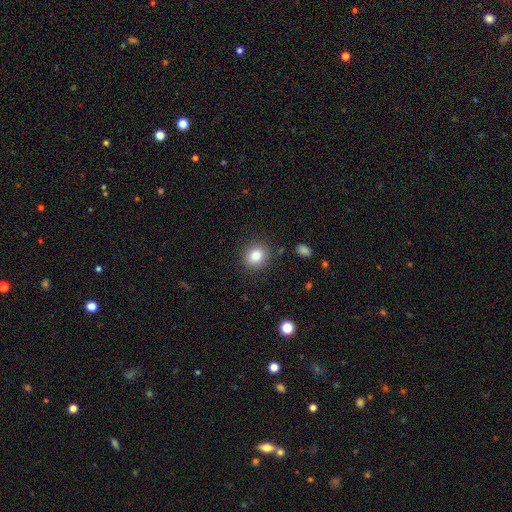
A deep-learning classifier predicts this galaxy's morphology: smooth_or_featured: smooth (p=0.85) [alt: star or artifact p=0.10]
how_rounded: round (p=0.75) [alt: in between p=0.24]
merging: none (p=0.86) [alt: minor disturbance p=0.09]